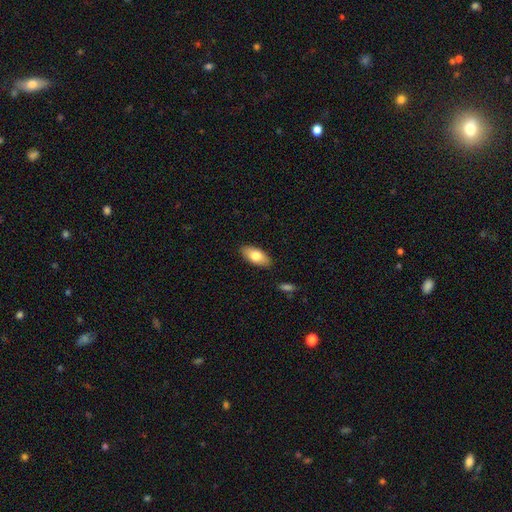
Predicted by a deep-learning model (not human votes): Q: Smooth or featured?
A: smooth (76%); runner-up: featured or disk (18%)
Q: How rounded?
A: in between (88%); runner-up: cigar-shaped (9%)
Q: Merging?
A: none (87%); runner-up: minor disturbance (9%)